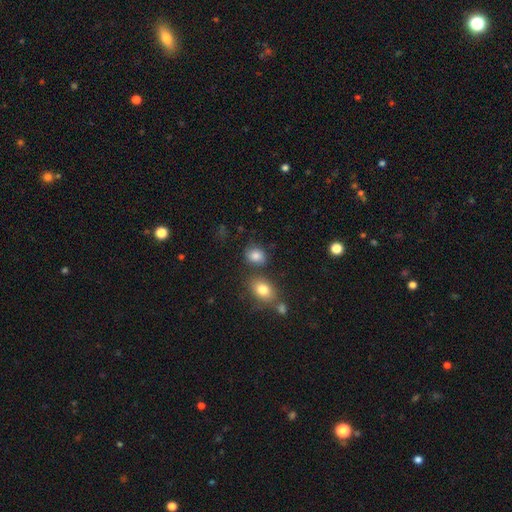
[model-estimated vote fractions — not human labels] Smooth or featured? Predicted: smooth (p=0.82). How rounded? Predicted: in between (p=0.50). Merging? Predicted: none (p=0.69).